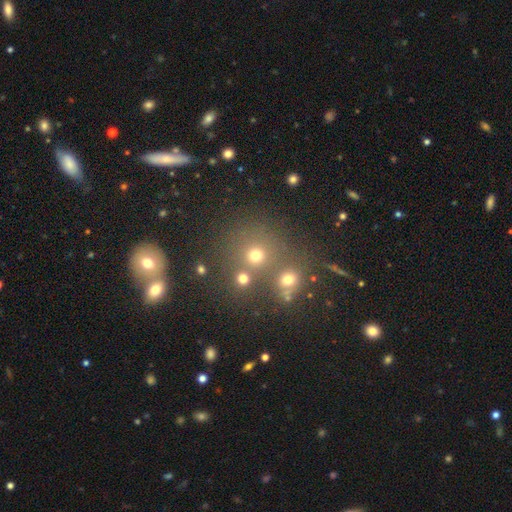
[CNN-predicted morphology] Q: Smooth or featured?
A: smooth (71%); runner-up: star or artifact (20%)
Q: How rounded?
A: round (87%); runner-up: in between (12%)
Q: Merging?
A: none (59%); runner-up: merger (29%)